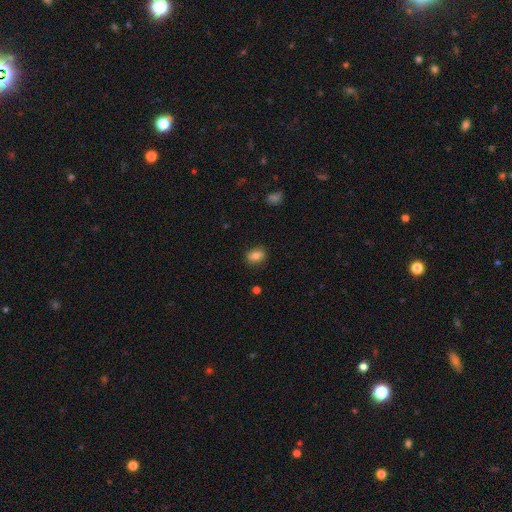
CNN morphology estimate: A smooth galaxy with no disk features (81%) that is in between round and cigar-shaped (59%). Merging: none (86%).